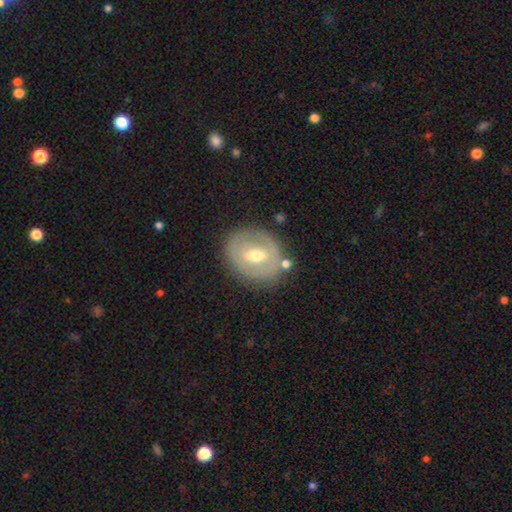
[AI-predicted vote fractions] featured or disk 62%, smooth 31%, star or artifact 6%. Down the decision tree: edge-on disk — no (94%); bar — weak (46%); spiral arms — no (66%); bulge size — moderate (72%); merging — none (77%).